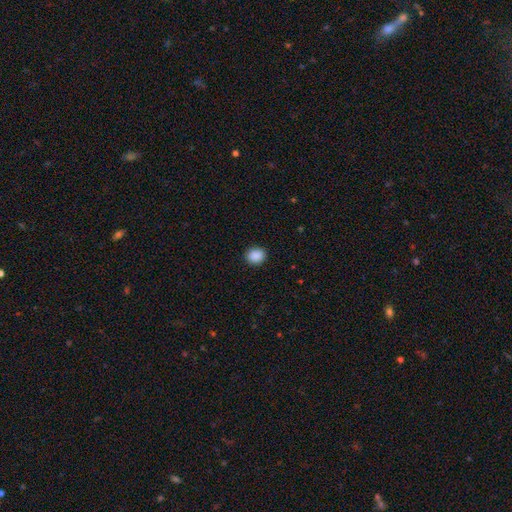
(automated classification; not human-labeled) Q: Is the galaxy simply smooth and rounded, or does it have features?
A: smooth — 89%.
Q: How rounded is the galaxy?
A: round — 75%.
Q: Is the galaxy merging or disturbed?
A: none — 91%.